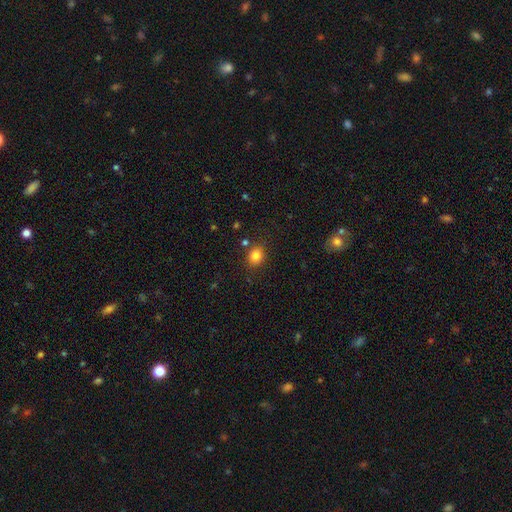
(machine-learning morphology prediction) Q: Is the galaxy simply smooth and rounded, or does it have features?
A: smooth — 82%.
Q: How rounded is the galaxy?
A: round — 61%.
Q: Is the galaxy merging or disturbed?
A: none — 82%.